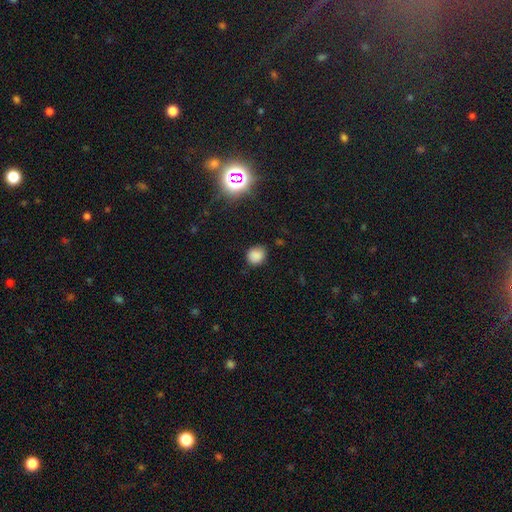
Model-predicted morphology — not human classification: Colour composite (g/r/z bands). It shows a smooth galaxy with no disk features (82%) that is round (78%). Merging: none (82%).